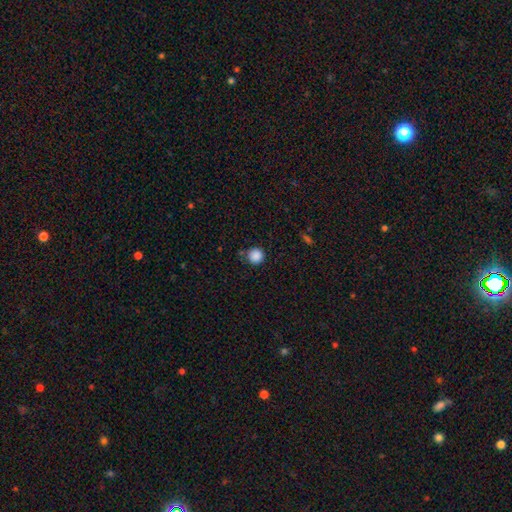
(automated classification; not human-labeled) Smooth or featured? Predicted: smooth (p=0.87). How rounded? Predicted: round (p=0.95). Merging? Predicted: none (p=0.82).